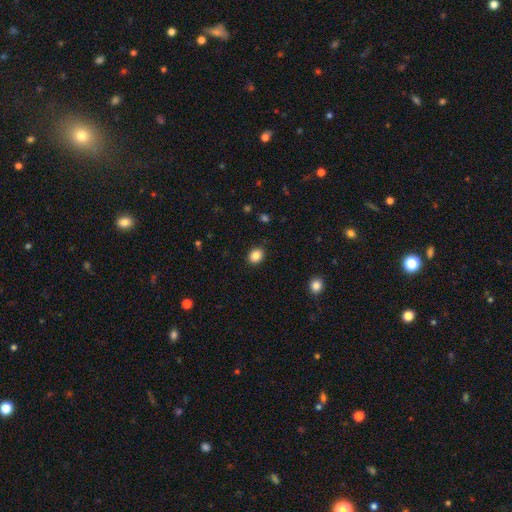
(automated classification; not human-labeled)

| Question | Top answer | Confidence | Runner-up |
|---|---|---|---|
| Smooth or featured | smooth | 86% | star or artifact (10%) |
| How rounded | round | 61% | in between (38%) |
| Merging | none | 89% | minor disturbance (8%) |